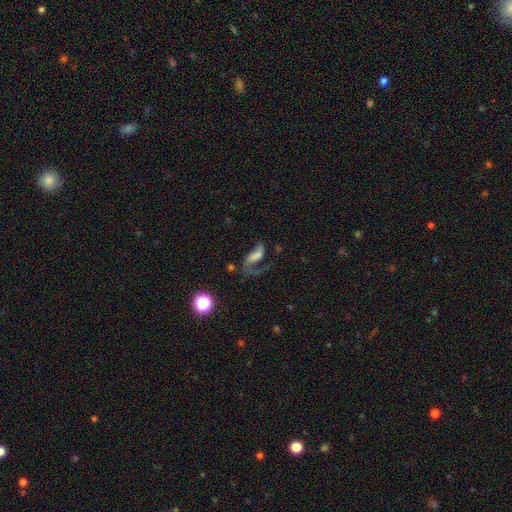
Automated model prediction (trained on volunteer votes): Smooth or featured?
  - featured or disk: 60% *
  - smooth: 28%
  - star or artifact: 12%
Edge-on disk?
  - no: 94% *
  - yes: 6%
Bar?
  - no: 42% *
  - weak: 31%
  - strong: 27%
Spiral arms?
  - yes: 83% *
  - no: 17%
Bulge size?
  - none: 44% *
  - small: 20%
  - moderate: 17%
  - large: 14%
  - dominant: 5%
Merging?
  - major disturbance: 47% *
  - none: 32%
  - minor disturbance: 15%
  - merger: 7%